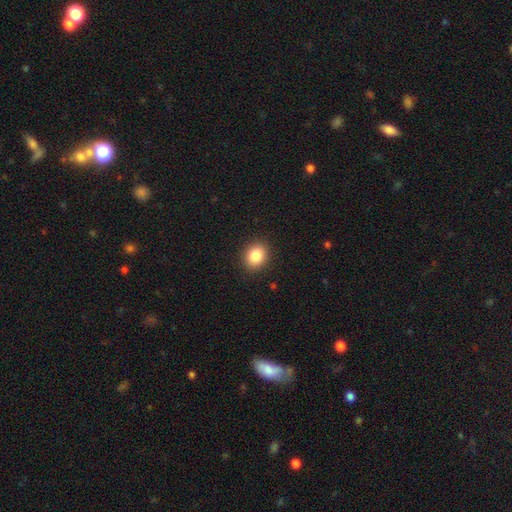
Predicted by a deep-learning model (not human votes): smooth_or_featured: smooth (p=0.85) [alt: star or artifact p=0.09]
how_rounded: round (p=0.59) [alt: in between p=0.40]
merging: none (p=0.91) [alt: minor disturbance p=0.07]